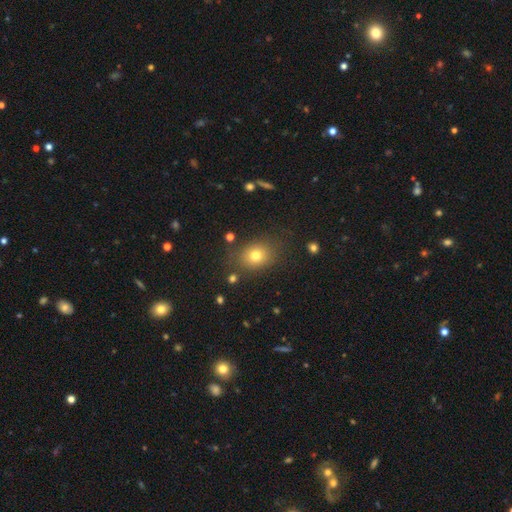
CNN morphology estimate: Smooth or featured? smooth (75%)
How rounded? in between (50%)
Merging? none (79%)